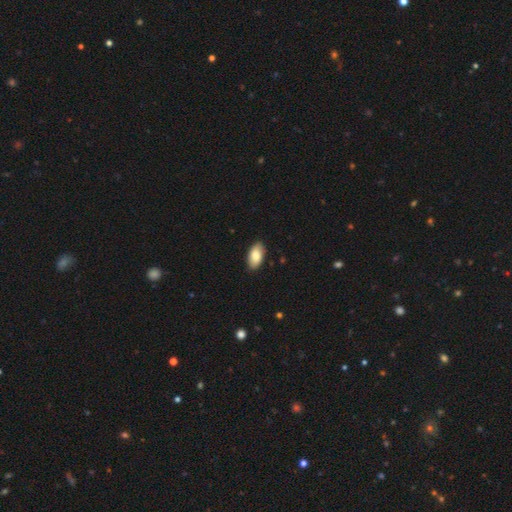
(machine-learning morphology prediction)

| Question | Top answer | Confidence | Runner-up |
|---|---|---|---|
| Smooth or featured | smooth | 86% | featured or disk (8%) |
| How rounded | in between | 95% | round (3%) |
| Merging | none | 88% | minor disturbance (9%) |